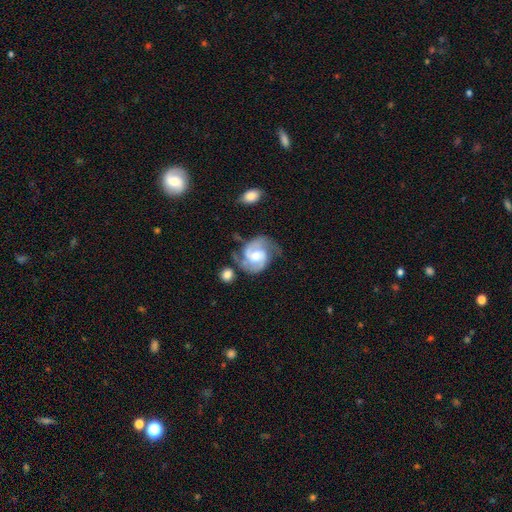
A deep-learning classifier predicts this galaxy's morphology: featured or disk 87%, smooth 9%, star or artifact 5%. Down the decision tree: edge-on disk — no (98%); bar — no (49%); spiral arms — yes (97%); spiral arm count — 2 (86%); spiral winding — medium (51%); bulge size — moderate (60%); merging — none (60%).